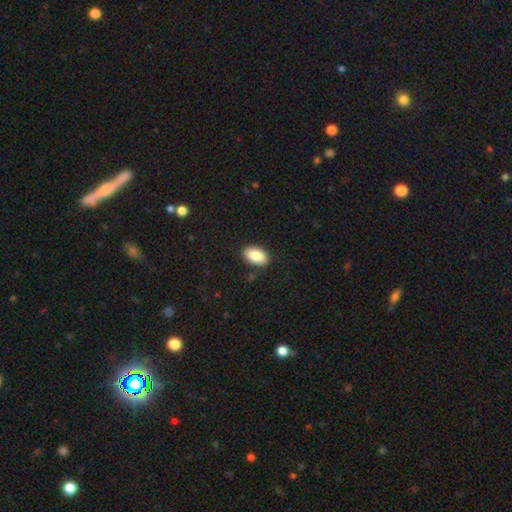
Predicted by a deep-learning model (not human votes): A smooth galaxy with no disk features (86%) that is in between round and cigar-shaped (92%).

Vote fractions:
- Smooth or featured? smooth: 86% / featured or disk: 8% / star or artifact: 7%
- How rounded? in between: 92% / round: 6% / cigar-shaped: 1%
- Merging? none: 89% / minor disturbance: 8% / major disturbance: 2% / merger: 1%